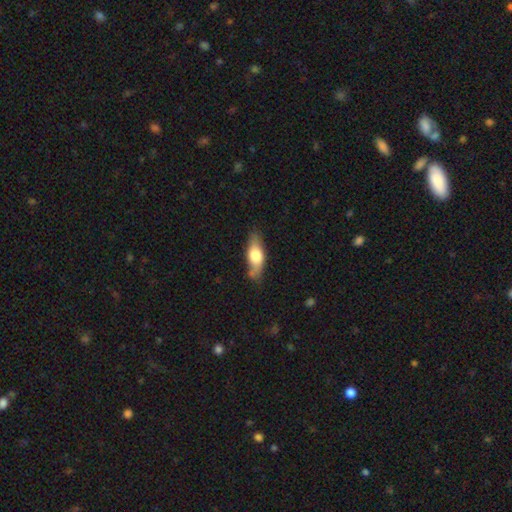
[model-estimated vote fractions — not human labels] Q: Smooth or featured?
A: smooth (60%); runner-up: featured or disk (34%)
Q: How rounded?
A: in between (62%); runner-up: cigar-shaped (34%)
Q: Merging?
A: none (74%); runner-up: minor disturbance (18%)